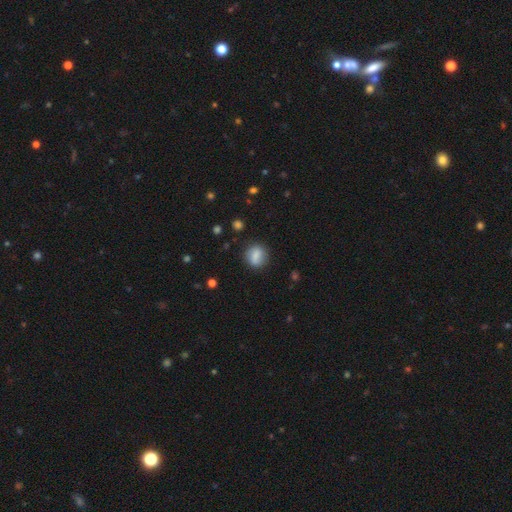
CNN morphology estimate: Overall: smooth (80%). How rounded: round (62%; in between 35%). Merging: none (83%).